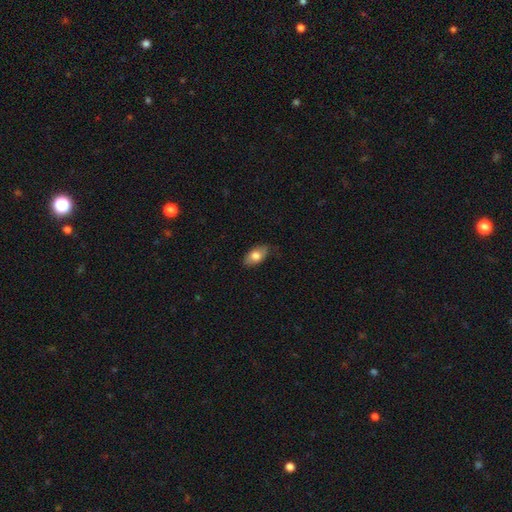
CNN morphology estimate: Overall: smooth (76%). How rounded: in between (90%). Merging: none (78%).